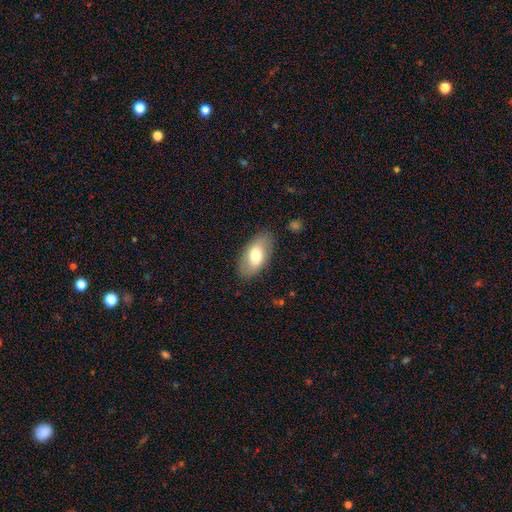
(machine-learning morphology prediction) Overall: smooth (68%). How rounded: in between (92%). Merging: none (82%).